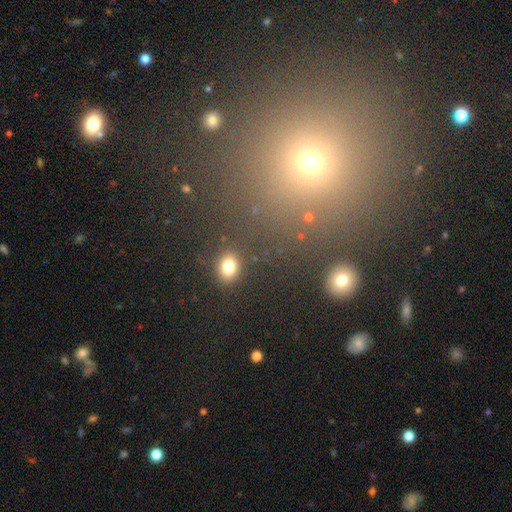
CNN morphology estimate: smooth-or-featured: smooth: 53% | star or artifact: 39% | featured or disk: 8%
  how-rounded: round: 84% | in between: 14% | cigar-shaped: 2%
  merging: none: 86% | minor disturbance: 6% | merger: 4% | major disturbance: 4%